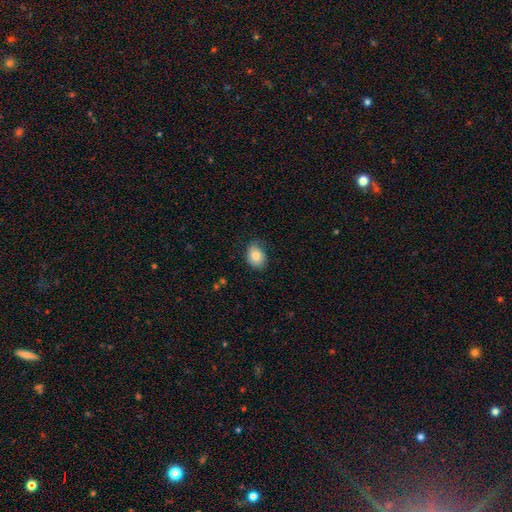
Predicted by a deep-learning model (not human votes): Smooth or featured: smooth — 83% (featured or disk — 9%)
How rounded: in between — 59% (round — 40%)
Merging: none — 72% (minor disturbance — 23%)